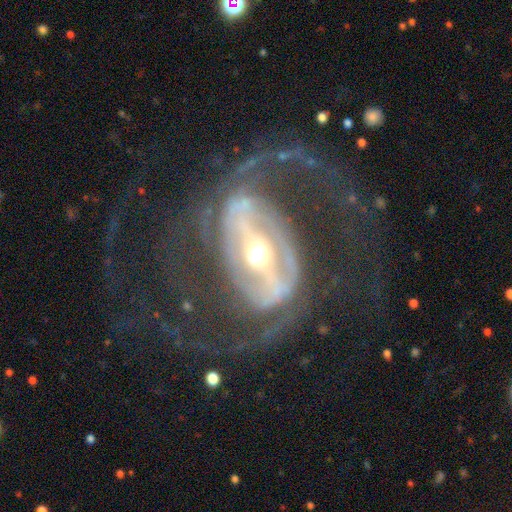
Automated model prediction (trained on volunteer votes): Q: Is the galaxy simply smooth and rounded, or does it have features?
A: featured or disk — 91%.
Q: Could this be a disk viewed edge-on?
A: no — 96%.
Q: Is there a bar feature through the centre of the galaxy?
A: strong — 69%.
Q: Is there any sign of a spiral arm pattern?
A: yes — 94%.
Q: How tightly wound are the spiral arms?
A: medium — 50%.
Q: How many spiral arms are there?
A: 2 — 81%.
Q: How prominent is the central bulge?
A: moderate — 54%.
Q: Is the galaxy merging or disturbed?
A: none — 60%.